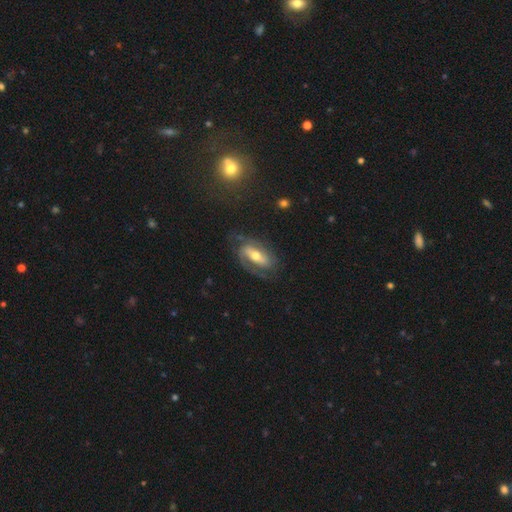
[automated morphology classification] The model was most divided on "bar": strong: 38%, weak: 33%, no: 29%. Remaining: edge-on disk — no (93%); spiral arms — yes (90%); smooth or featured — featured or disk (77%); spiral arm count — 2 (72%); bulge size — moderate (66%); merging — none (63%); spiral winding — medium (44%).